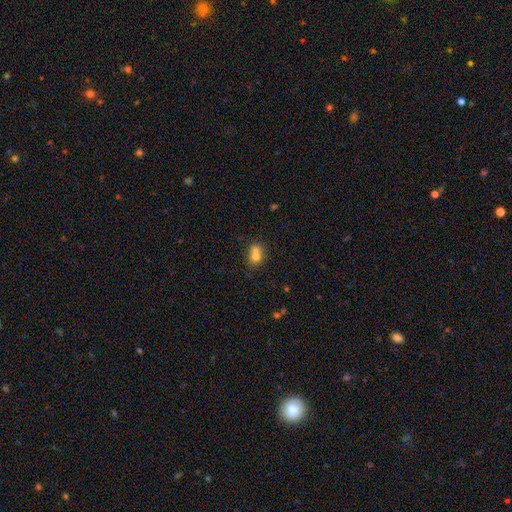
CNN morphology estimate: Smooth or featured?
  - smooth: 70% *
  - featured or disk: 18%
  - star or artifact: 12%
How rounded?
  - round: 60% *
  - in between: 39%
  - cigar-shaped: 1%
Merging?
  - merger: 59% *
  - none: 29%
  - minor disturbance: 8%
  - major disturbance: 3%